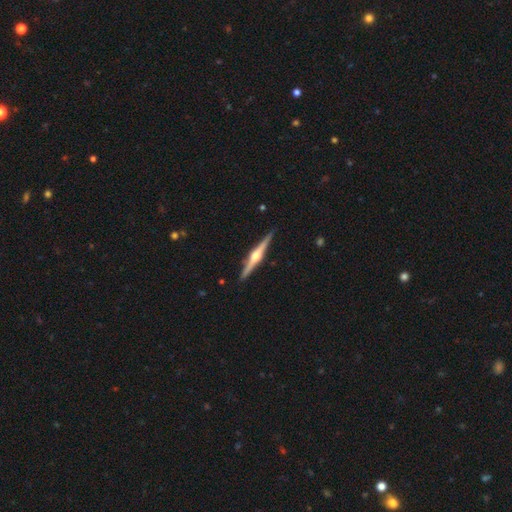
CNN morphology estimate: smooth_or_featured: featured or disk (p=0.81) [alt: smooth p=0.14]
disk_edge_on: yes (p=0.98) [alt: no p=0.02]
edge_on_bulge: rounded (p=0.93) [alt: boxy p=0.05]
merging: none (p=0.91) [alt: minor disturbance p=0.07]